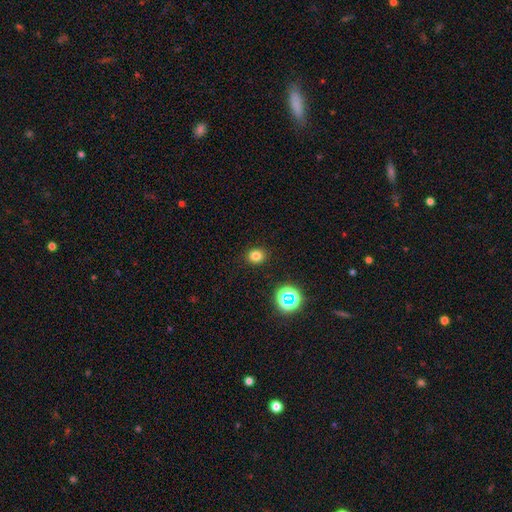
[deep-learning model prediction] The model was most divided on "how rounded": round: 73%, in between: 26%, cigar-shaped: 1%. More confident: merging — none (90%); smooth or featured — smooth (78%).